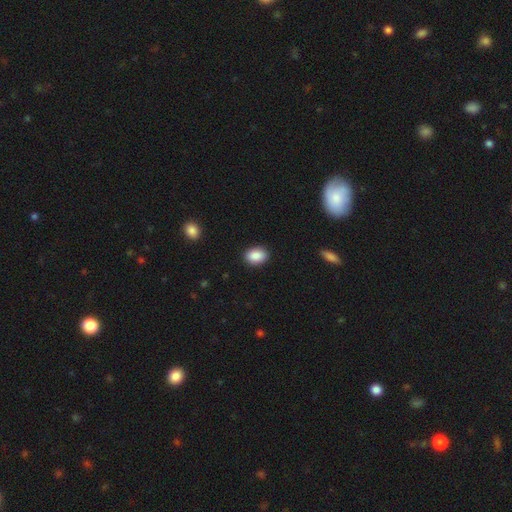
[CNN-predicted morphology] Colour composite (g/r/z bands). It shows a smooth galaxy with no disk features (89%) that is in between round and cigar-shaped (81%). Merging: none (89%).